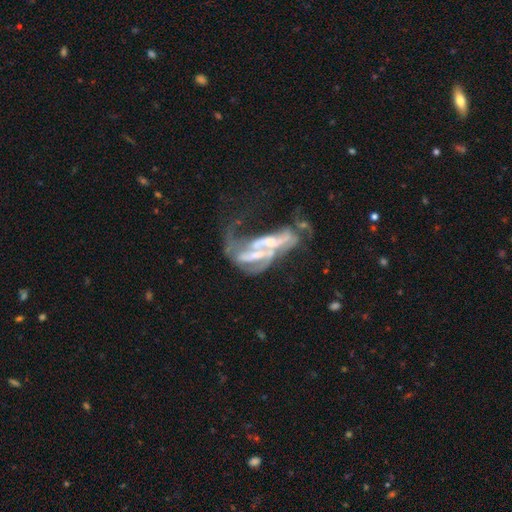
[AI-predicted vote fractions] Morphology: type=featured or disk (73%); edge-on=no (93%); bar=no (50%); spiral arms=yes (56%); bulge=none (33%); merging=merger (58%).